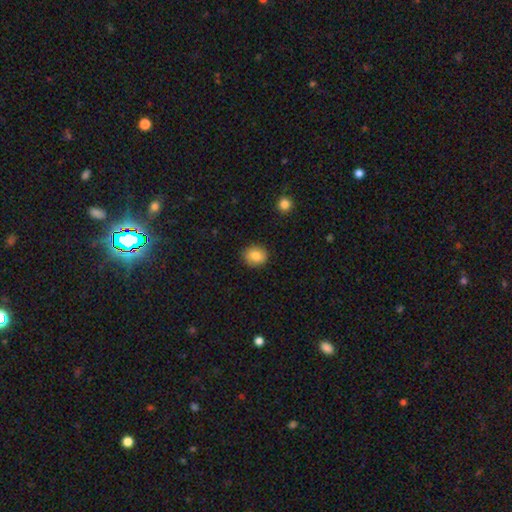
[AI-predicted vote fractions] This is clearly a smooth galaxy (85%). How rounded: likely round (71%). Merging: clearly none (89%).